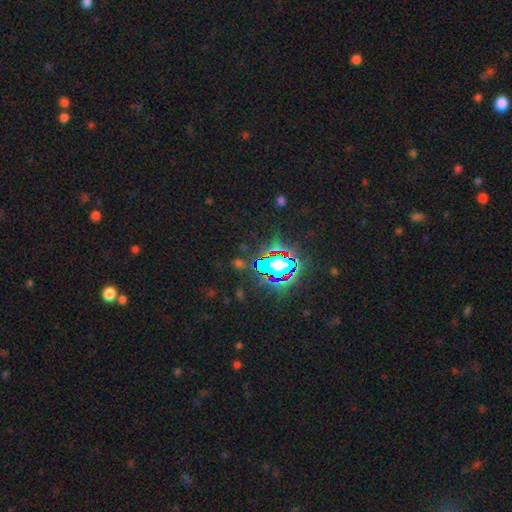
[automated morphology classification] The model was most divided on "smooth or featured": star or artifact: 83%, smooth: 10%, featured or disk: 7%.